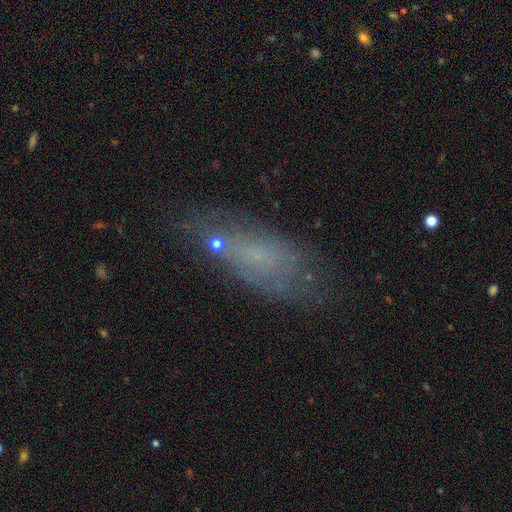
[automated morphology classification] The model was most divided on "smooth or featured": smooth: 54%, featured or disk: 32%, star or artifact: 14%. More confident: how rounded — in between (67%); merging — none (59%).